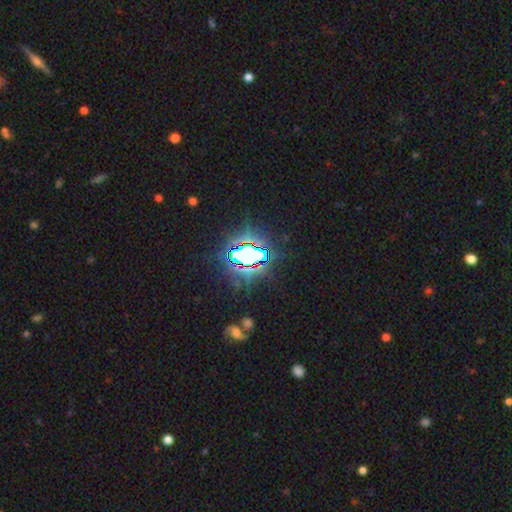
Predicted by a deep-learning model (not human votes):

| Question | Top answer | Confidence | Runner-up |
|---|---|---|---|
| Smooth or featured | star or artifact | 84% | smooth (9%) |